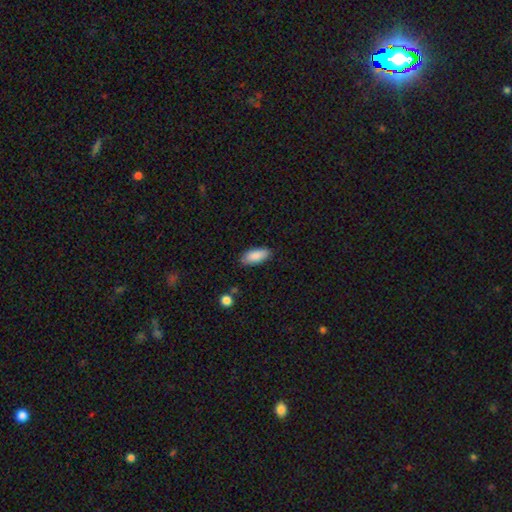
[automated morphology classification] Overall: smooth (88%). How rounded: in between (86%). Merging: none (84%).